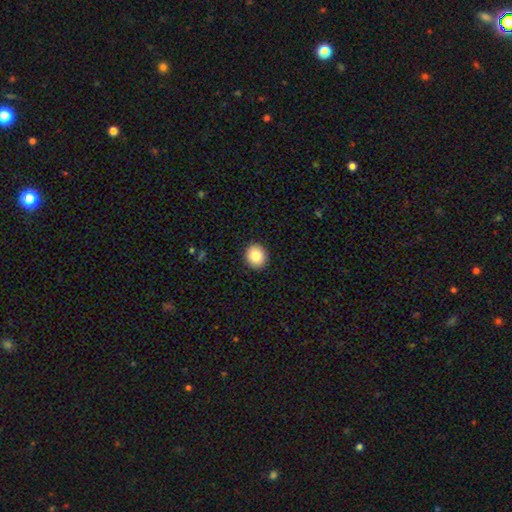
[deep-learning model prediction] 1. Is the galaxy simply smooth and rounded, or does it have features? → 83% smooth, 9% star or artifact, 7% featured or disk.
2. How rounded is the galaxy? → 81% round, 19% in between, 1% cigar-shaped.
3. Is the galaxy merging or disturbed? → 92% none, 6% minor disturbance, 2% major disturbance, 1% merger.